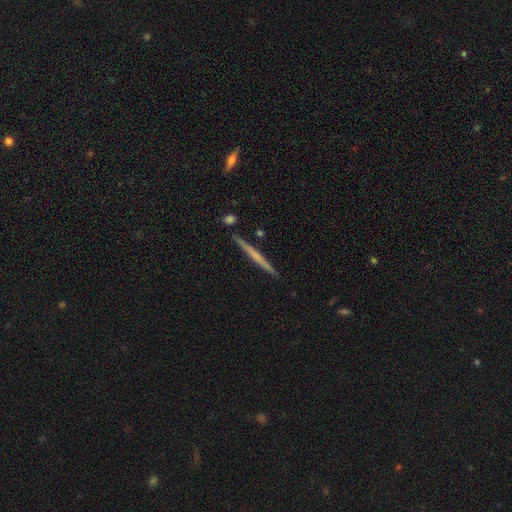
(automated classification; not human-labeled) A featured or disk galaxy (58%) viewed edge-on (98%) with no central bulge (75%). Merging: none (90%).